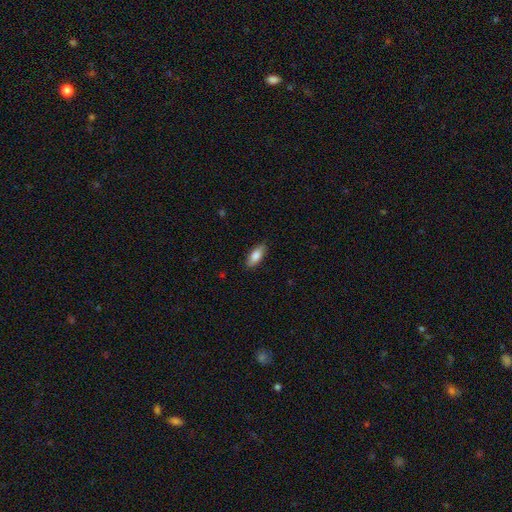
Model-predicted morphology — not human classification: smooth-or-featured: smooth: 84% | featured or disk: 10% | star or artifact: 6%
  how-rounded: in between: 79% | cigar-shaped: 19% | round: 2%
  merging: none: 86% | minor disturbance: 11% | major disturbance: 2% | merger: 1%